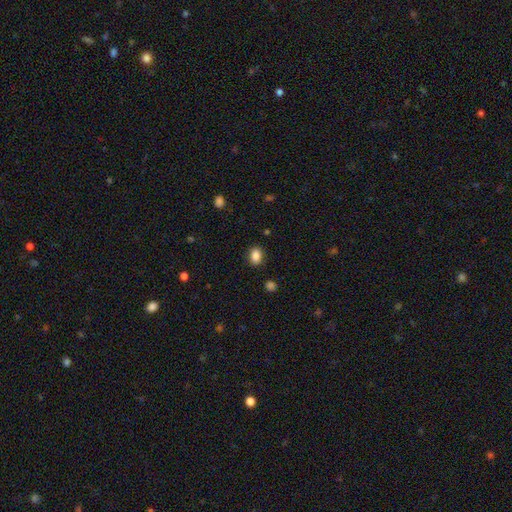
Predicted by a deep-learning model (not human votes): This is clearly a smooth galaxy (87%). How rounded: likely in between (79%). Merging: clearly none (87%).